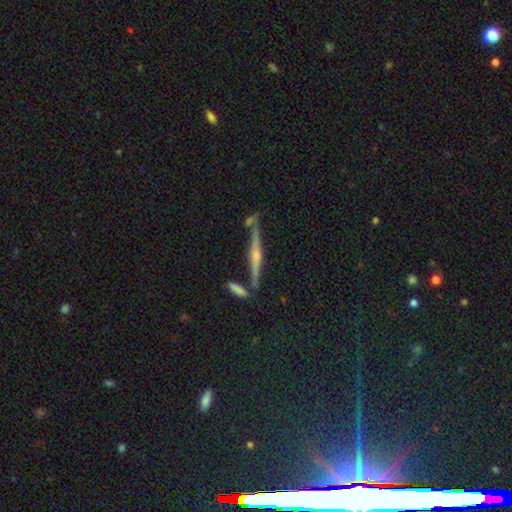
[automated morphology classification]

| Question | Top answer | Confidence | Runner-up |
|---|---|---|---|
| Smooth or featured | featured or disk | 72% | smooth (16%) |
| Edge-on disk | yes | 97% | no (3%) |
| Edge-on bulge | rounded | 81% | none (10%) |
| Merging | none | 78% | minor disturbance (11%) |